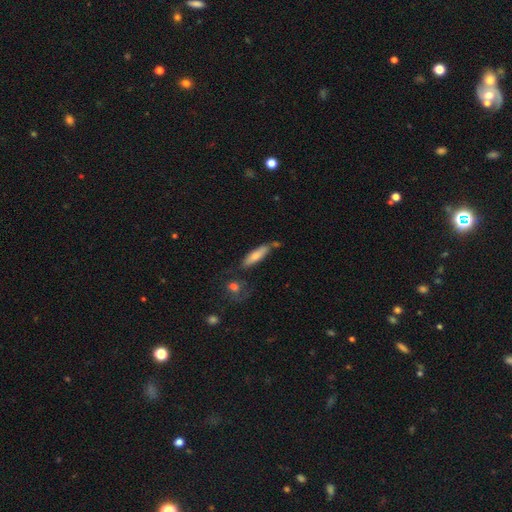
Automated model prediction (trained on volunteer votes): Smooth or featured? Predicted: smooth (p=0.70). How rounded? Predicted: cigar-shaped (p=0.67). Merging? Predicted: none (p=0.60).